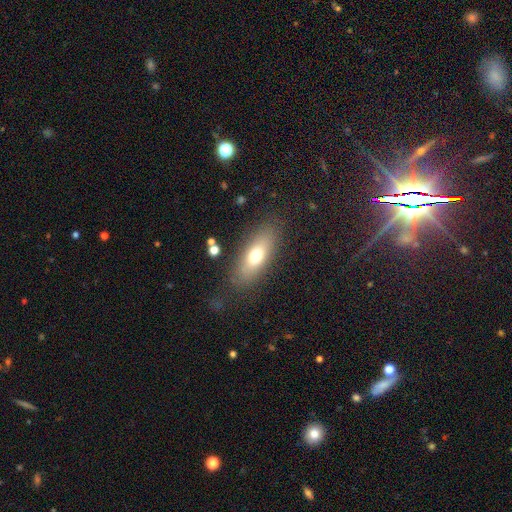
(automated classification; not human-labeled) Overall: smooth (67%). How rounded: in between (70%). Merging: none (81%).